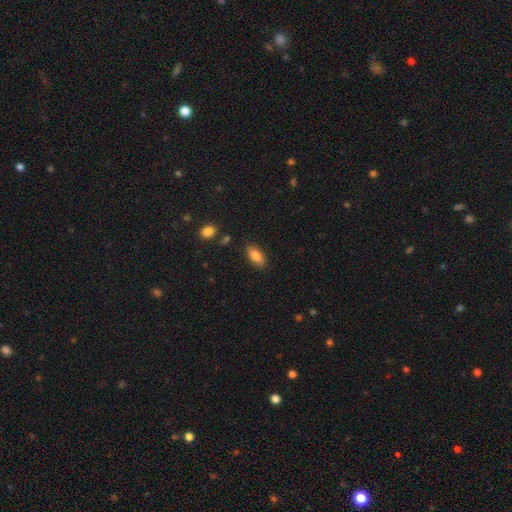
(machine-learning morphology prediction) smooth-or-featured: smooth: 82% | featured or disk: 11% | star or artifact: 7%
  how-rounded: in between: 85% | cigar-shaped: 13% | round: 3%
  merging: none: 85% | minor disturbance: 11% | major disturbance: 2% | merger: 2%